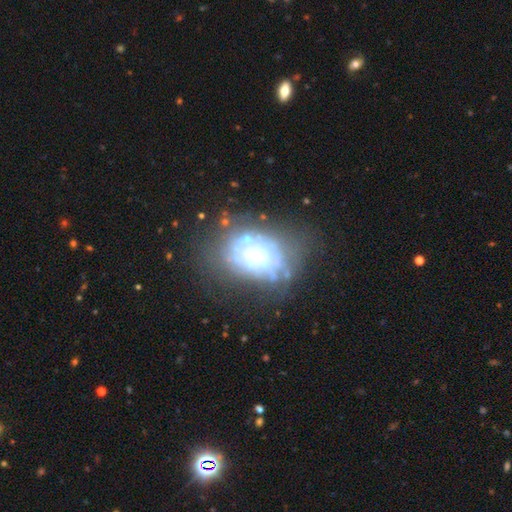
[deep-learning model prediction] featured or disk 67%, smooth 21%, star or artifact 12%. Down the decision tree: edge-on disk — no (96%); bar — no (65%); spiral arms — no (57%); bulge size — moderate (40%); merging — none (48%).